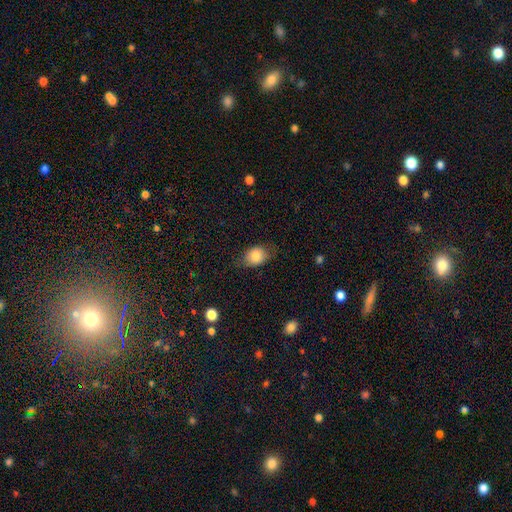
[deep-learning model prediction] A smooth galaxy with no disk features (81%) that is in between round and cigar-shaped (63%).

Vote fractions:
- Smooth or featured? smooth: 81% / featured or disk: 11% / star or artifact: 8%
- How rounded? in between: 63% / round: 36% / cigar-shaped: 1%
- Merging? none: 69% / minor disturbance: 23% / major disturbance: 7% / merger: 1%